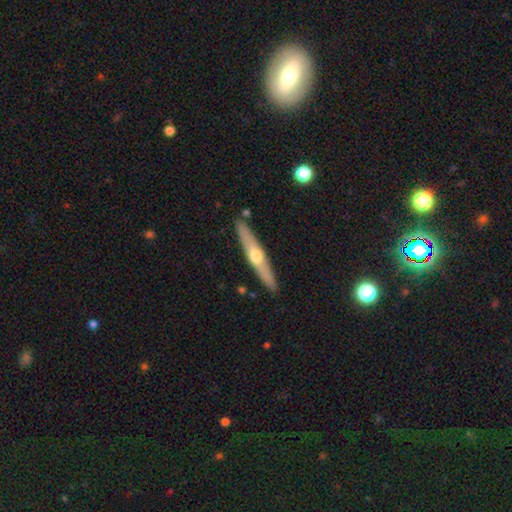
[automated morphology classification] Q: Smooth or featured?
A: featured or disk (62%); runner-up: smooth (33%)
Q: Edge-on disk?
A: yes (94%); runner-up: no (6%)
Q: Edge-on bulge?
A: rounded (90%); runner-up: none (7%)
Q: Merging?
A: none (89%); runner-up: minor disturbance (8%)